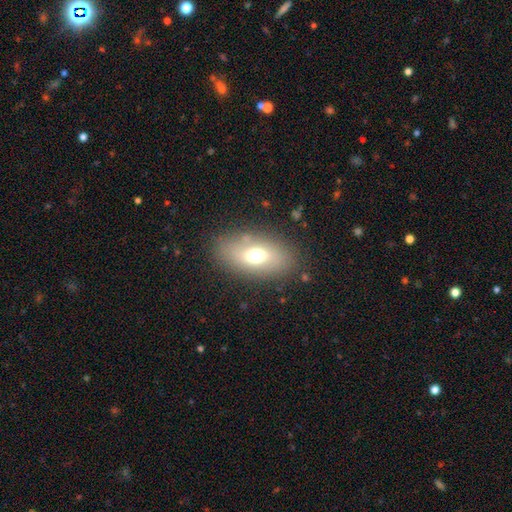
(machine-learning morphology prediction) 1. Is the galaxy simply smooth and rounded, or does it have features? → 64% smooth, 25% featured or disk, 11% star or artifact.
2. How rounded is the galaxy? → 86% in between, 9% round, 4% cigar-shaped.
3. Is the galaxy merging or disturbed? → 82% none, 11% minor disturbance, 5% major disturbance, 2% merger.